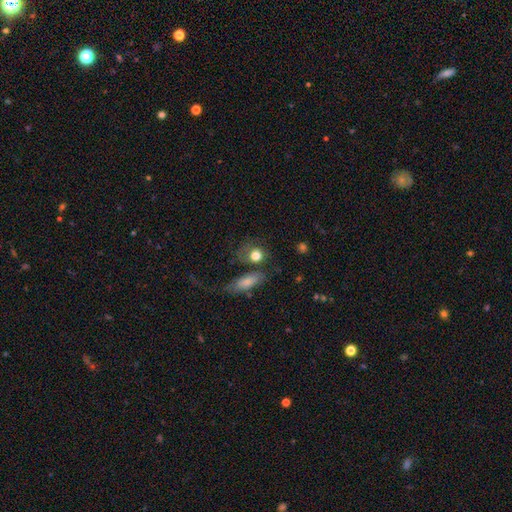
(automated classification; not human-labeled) Overall: smooth (79%). How rounded: round (68%; in between 28%). Merging: none (59%).